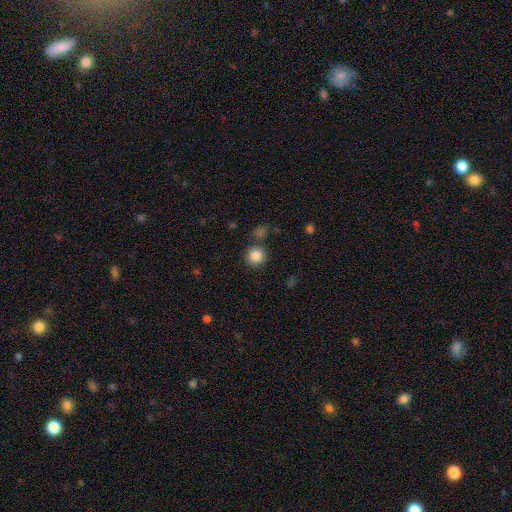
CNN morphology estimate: A smooth galaxy with no disk features (86%) that is round (92%).

Vote fractions:
- Smooth or featured? smooth: 86% / star or artifact: 10% / featured or disk: 4%
- How rounded? round: 92% / in between: 7% / cigar-shaped: 1%
- Merging? none: 79% / minor disturbance: 9% / merger: 8% / major disturbance: 4%